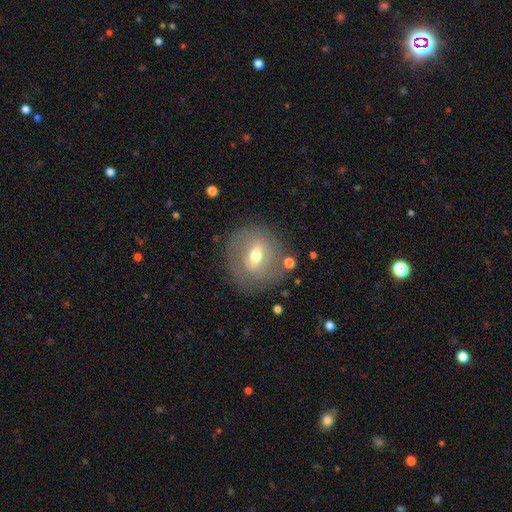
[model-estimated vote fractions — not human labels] Smooth or featured? featured or disk (52%)
Edge-on disk? no (88%)
Merging? none (76%)